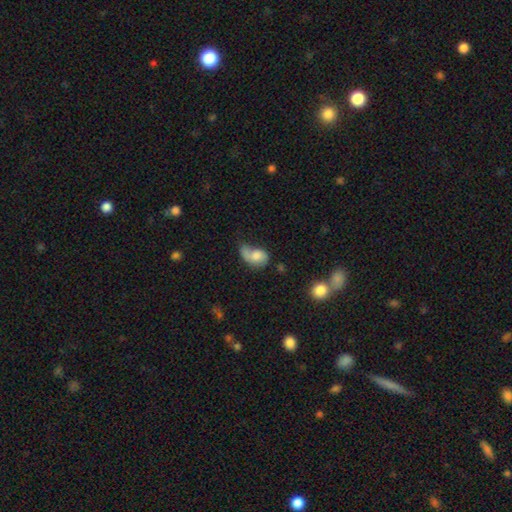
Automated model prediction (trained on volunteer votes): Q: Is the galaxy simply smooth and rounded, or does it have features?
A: smooth — 58%.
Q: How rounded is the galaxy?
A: in between — 75%.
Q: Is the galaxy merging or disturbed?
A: major disturbance — 35%.